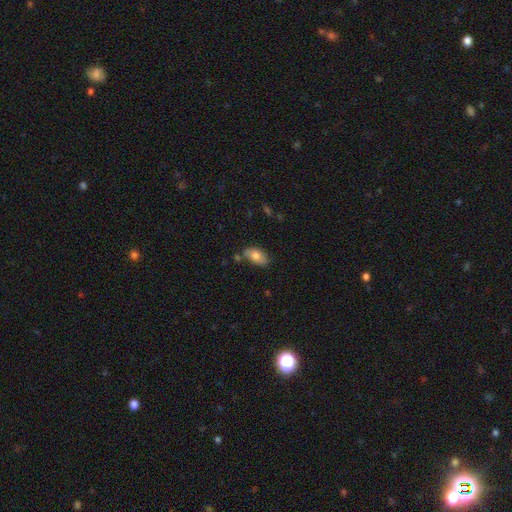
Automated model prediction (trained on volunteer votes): smooth-or-featured: smooth: 77% | featured or disk: 16% | star or artifact: 7%
  how-rounded: in between: 92% | round: 5% | cigar-shaped: 3%
  merging: none: 71% | minor disturbance: 19% | merger: 7% | major disturbance: 4%